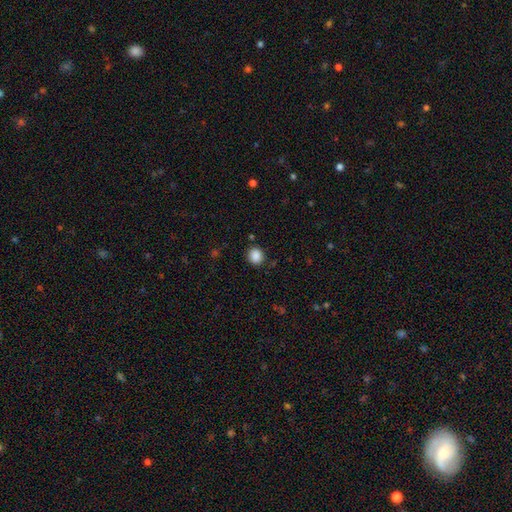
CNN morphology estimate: Q: Smooth or featured?
A: smooth (87%); runner-up: star or artifact (10%)
Q: How rounded?
A: round (77%); runner-up: in between (22%)
Q: Merging?
A: none (87%); runner-up: minor disturbance (9%)